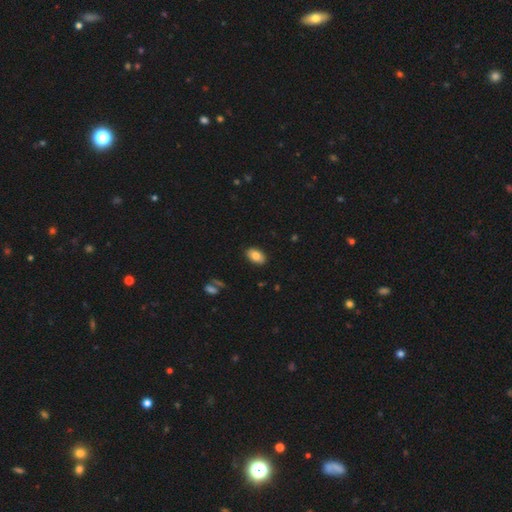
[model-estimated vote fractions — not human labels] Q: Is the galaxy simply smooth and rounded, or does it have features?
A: smooth — 82%.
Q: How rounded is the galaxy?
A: in between — 93%.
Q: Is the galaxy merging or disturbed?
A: none — 89%.